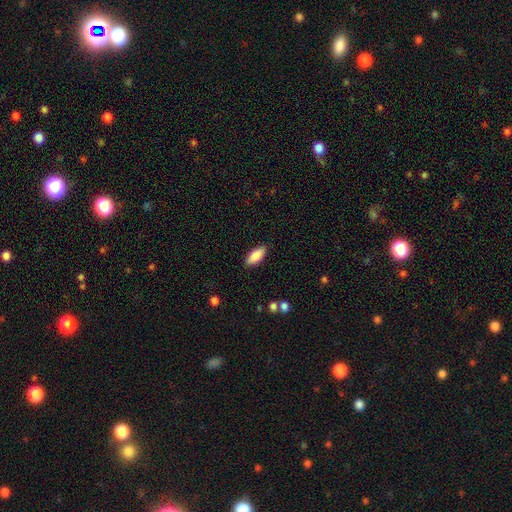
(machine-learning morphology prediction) smooth 85%, featured or disk 9%, star or artifact 6%. Down the decision tree: how rounded — in between (83%); merging — none (88%).